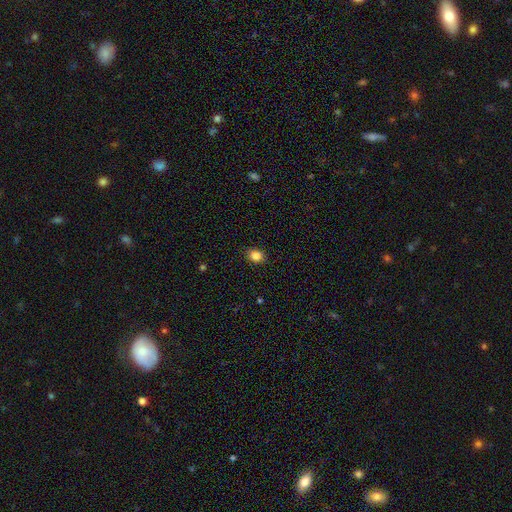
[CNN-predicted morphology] Overall: smooth (84%). How rounded: round (60%; in between 39%). Merging: none (89%).